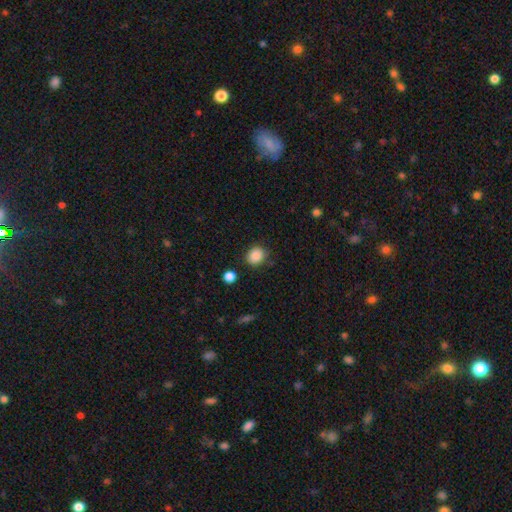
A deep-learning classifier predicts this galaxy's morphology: This is clearly a smooth galaxy (87%). How rounded: likely round (69%). Merging: clearly none (81%).